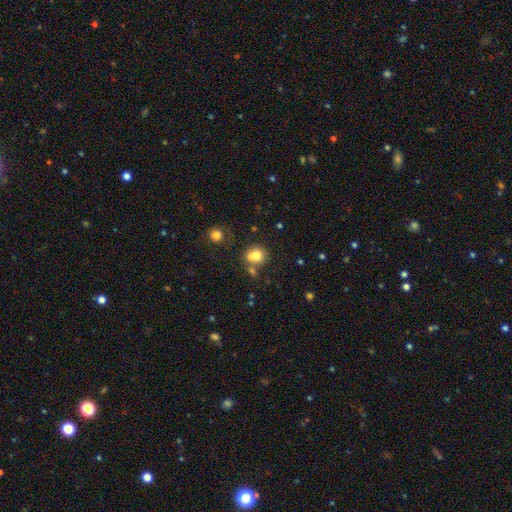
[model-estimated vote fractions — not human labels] A smooth galaxy with no disk features (75%) that is round (79%).

Vote fractions:
- Smooth or featured? smooth: 75% / featured or disk: 13% / star or artifact: 12%
- How rounded? round: 79% / in between: 20% / cigar-shaped: 1%
- Merging? none: 48% / merger: 35% / minor disturbance: 12% / major disturbance: 5%